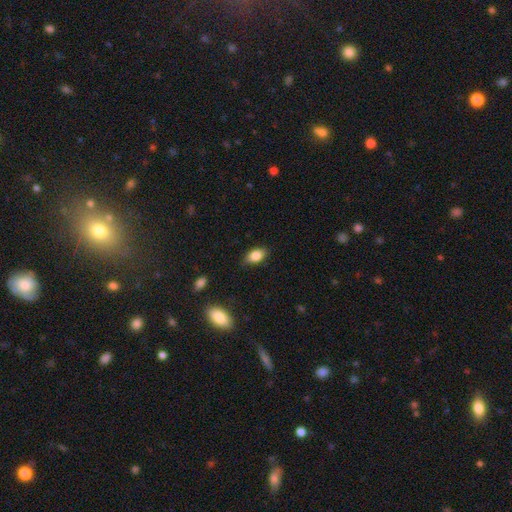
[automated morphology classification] Smooth or featured: smooth — 84% (star or artifact — 8%)
How rounded: in between — 88% (round — 9%)
Merging: none — 81% (minor disturbance — 15%)